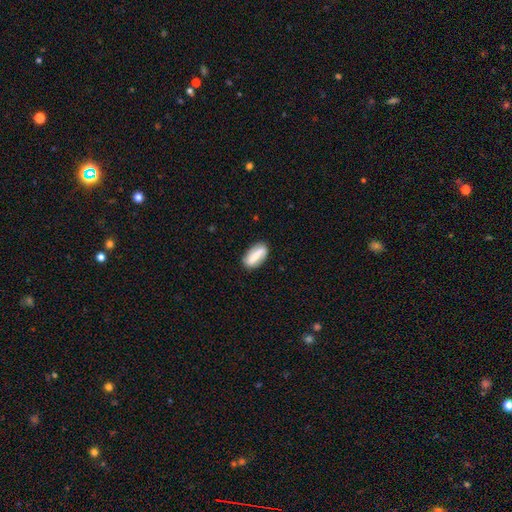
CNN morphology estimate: This appears to be a smooth galaxy with no disk features (62%) that is in between round and cigar-shaped (79%). Merging: none (84%).